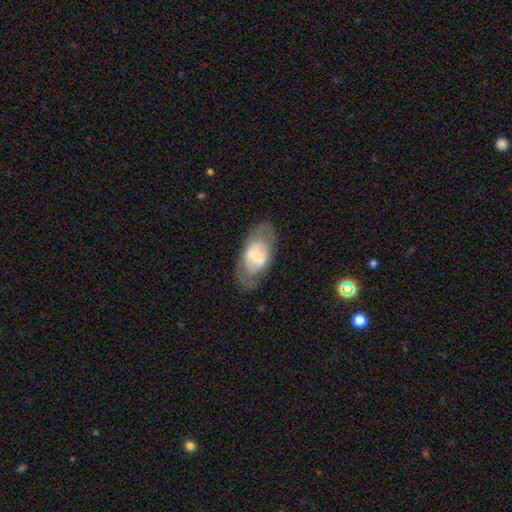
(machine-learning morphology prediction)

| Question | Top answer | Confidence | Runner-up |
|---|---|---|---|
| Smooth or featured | featured or disk | 56% | smooth (37%) |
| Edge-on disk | no | 90% | yes (10%) |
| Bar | weak | 40% | no (32%) |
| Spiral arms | no | 60% | yes (40%) |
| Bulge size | small | 48% | moderate (40%) |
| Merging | none | 71% | minor disturbance (17%) |